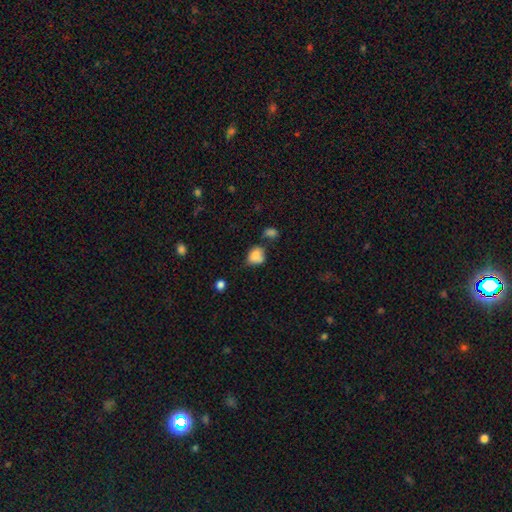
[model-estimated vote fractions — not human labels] smooth-or-featured: smooth: 82% | star or artifact: 10% | featured or disk: 9%
  how-rounded: in between: 50% | round: 49% | cigar-shaped: 1%
  merging: none: 47% | minor disturbance: 32% | merger: 13% | major disturbance: 9%